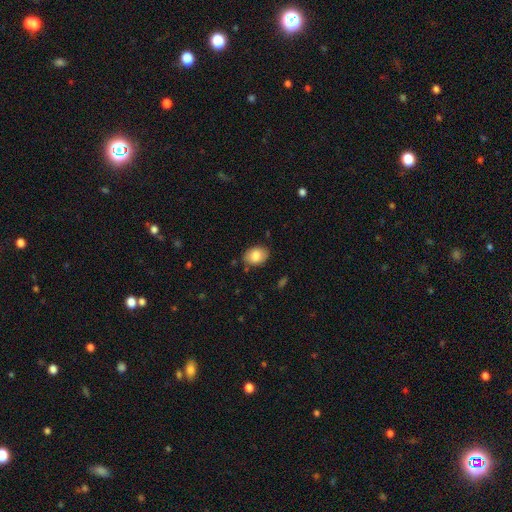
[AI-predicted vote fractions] Smooth or featured? smooth (82%)
How rounded? in between (77%)
Merging? none (81%)